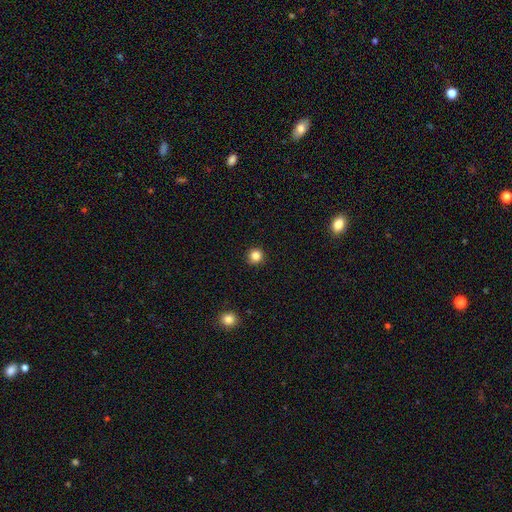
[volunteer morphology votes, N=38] A smooth galaxy with no disk features (95%) that is round (97%). Merging: none (89%).